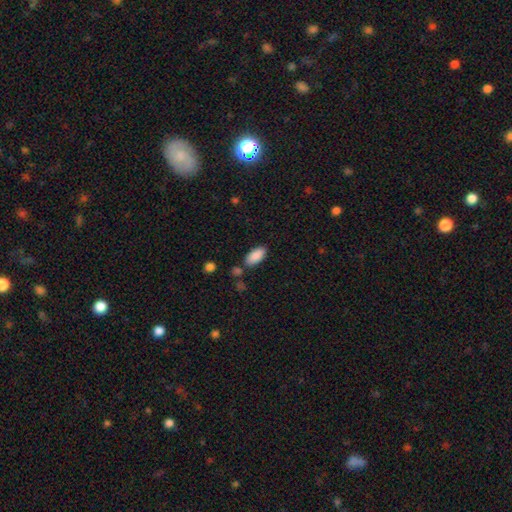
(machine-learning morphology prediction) smooth 89%, star or artifact 7%, featured or disk 4%. Down the decision tree: how rounded — in between (92%); merging — none (78%).